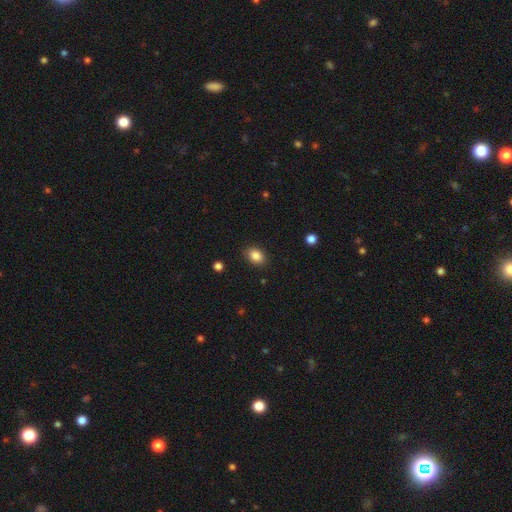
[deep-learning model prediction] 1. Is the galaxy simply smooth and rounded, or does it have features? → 86% smooth, 9% star or artifact, 5% featured or disk.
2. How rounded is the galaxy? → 77% in between, 22% round, 1% cigar-shaped.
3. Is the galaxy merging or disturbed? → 87% none, 10% minor disturbance, 3% major disturbance, 1% merger.